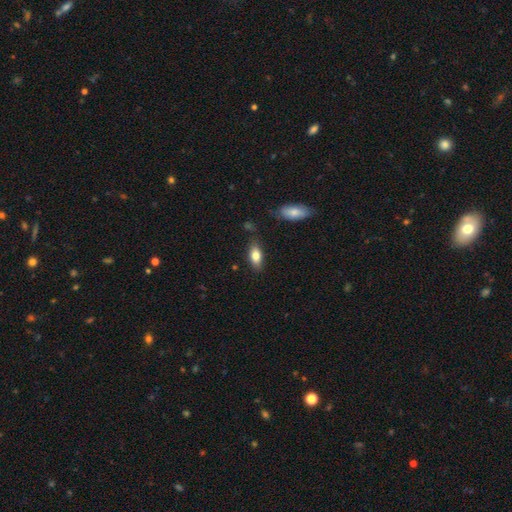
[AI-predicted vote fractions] A smooth galaxy with no disk features (80%) that is in between round and cigar-shaped (86%).

Vote fractions:
- Smooth or featured? smooth: 80% / featured or disk: 13% / star or artifact: 7%
- How rounded? in between: 86% / cigar-shaped: 11% / round: 3%
- Merging? none: 79% / minor disturbance: 15% / major disturbance: 3% / merger: 3%